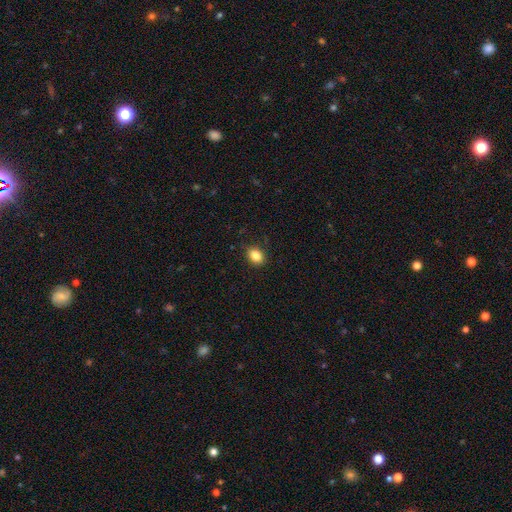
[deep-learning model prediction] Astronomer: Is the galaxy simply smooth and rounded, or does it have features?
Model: smooth — 85%.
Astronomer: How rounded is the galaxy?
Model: in between — 66%.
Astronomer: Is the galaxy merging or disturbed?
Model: none — 88%.